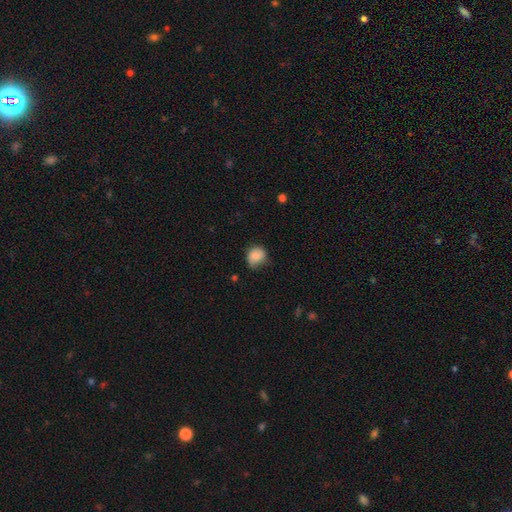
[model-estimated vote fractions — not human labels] Overall: smooth (81%). How rounded: round (71%). Merging: none (52%; minor disturbance 36%).